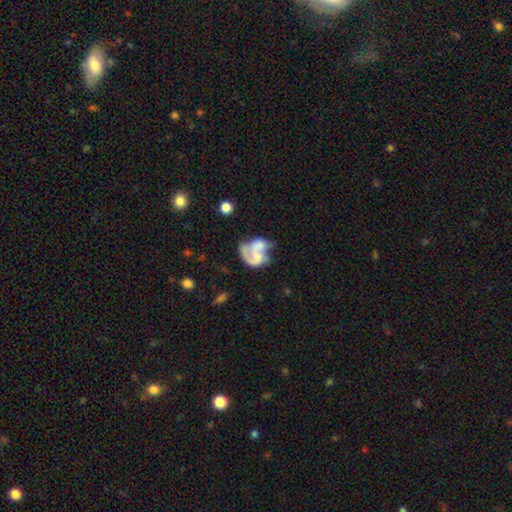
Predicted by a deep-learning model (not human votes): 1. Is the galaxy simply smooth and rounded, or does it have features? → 67% featured or disk, 25% smooth, 8% star or artifact.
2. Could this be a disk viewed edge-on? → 98% no, 2% yes.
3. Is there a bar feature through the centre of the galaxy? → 66% no, 26% weak, 9% strong.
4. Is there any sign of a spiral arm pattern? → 74% yes, 26% no.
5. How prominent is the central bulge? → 47% none, 26% small, 19% moderate, 6% large, 2% dominant.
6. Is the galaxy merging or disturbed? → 35% merger, 27% major disturbance, 23% none, 16% minor disturbance.